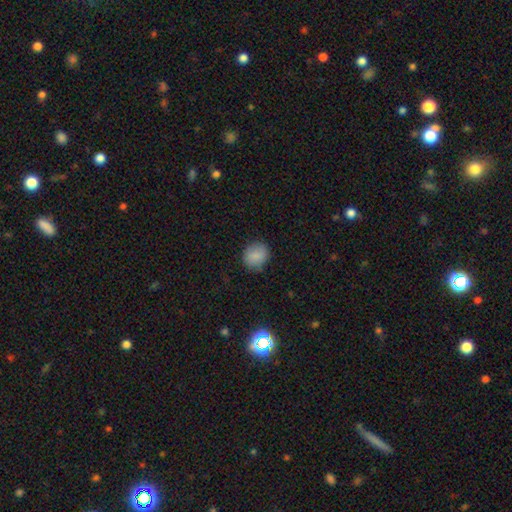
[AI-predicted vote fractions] Overall: smooth (85%). How rounded: round (77%). Merging: none (83%).